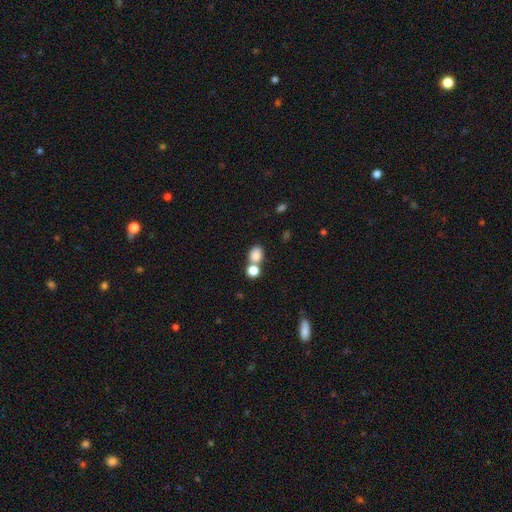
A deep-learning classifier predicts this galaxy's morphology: Q: Smooth or featured?
A: smooth (83%); runner-up: star or artifact (11%)
Q: How rounded?
A: in between (57%); runner-up: round (42%)
Q: Merging?
A: none (47%); runner-up: merger (40%)